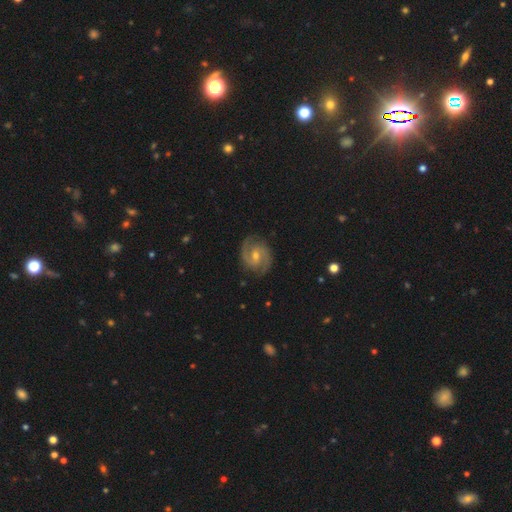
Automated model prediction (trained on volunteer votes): A featured or disk galaxy (89%) with a weak bar (53%), 2 (92%) medium (53%) spiral arms (97%) and a moderate central bulge (50%).

Vote fractions:
- Smooth or featured? featured or disk: 89% / smooth: 6% / star or artifact: 5%
- Edge-on disk? no: 98% / yes: 2%
- Bar? weak: 53% / no: 30% / strong: 18%
- Spiral arms? yes: 97% / no: 3%
- Spiral winding? medium: 53% / tight: 35% / loose: 11%
- Spiral arm count? 2: 92% / can't tell: 3% / 3: 2% / 1: 1% / 4: 1% / more than 4: 1%
- Bulge size? moderate: 50% / small: 46% / none: 2% / large: 2% / dominant: 1%
- Merging? none: 86% / minor disturbance: 10% / major disturbance: 3% / merger: 1%